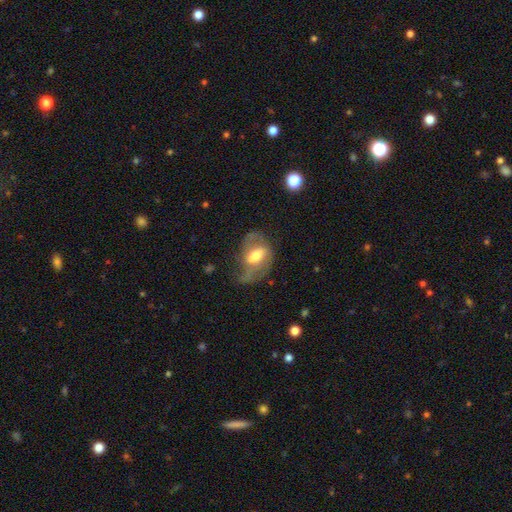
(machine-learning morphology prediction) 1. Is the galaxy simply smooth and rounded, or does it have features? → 63% featured or disk, 30% smooth, 7% star or artifact.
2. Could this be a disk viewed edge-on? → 94% no, 6% yes.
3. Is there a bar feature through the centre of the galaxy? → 46% weak, 33% strong, 21% no.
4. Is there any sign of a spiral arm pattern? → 73% yes, 27% no.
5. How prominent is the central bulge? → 59% moderate, 22% small, 15% large, 3% none, 2% dominant.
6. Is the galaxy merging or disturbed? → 40% none, 30% major disturbance, 26% minor disturbance, 3% merger.